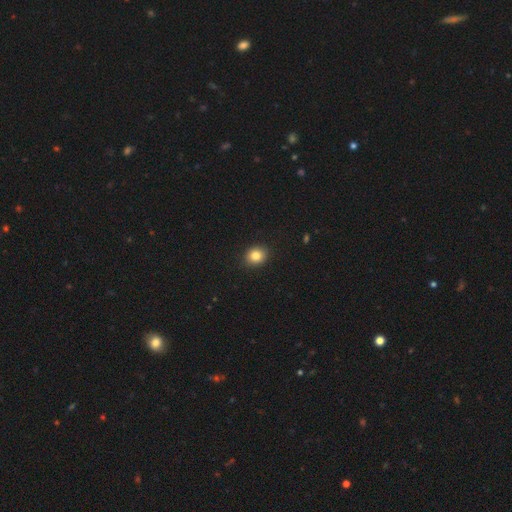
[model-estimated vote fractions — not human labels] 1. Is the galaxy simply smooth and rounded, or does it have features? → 84% smooth, 10% star or artifact, 6% featured or disk.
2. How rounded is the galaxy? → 66% round, 33% in between, 1% cigar-shaped.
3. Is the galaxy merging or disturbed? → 91% none, 6% minor disturbance, 2% major disturbance, 1% merger.